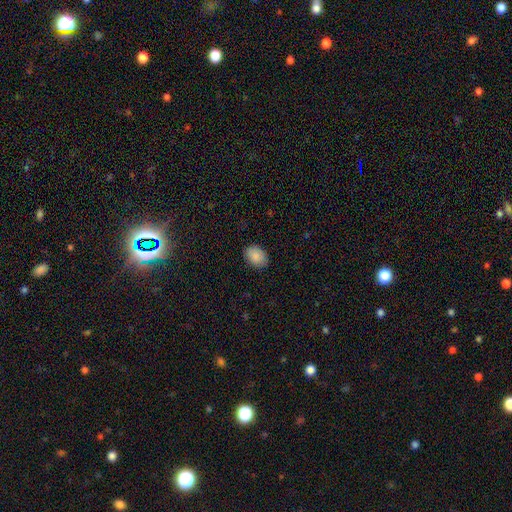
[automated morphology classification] Overall: smooth (88%). How rounded: in between (78%). Merging: none (87%).